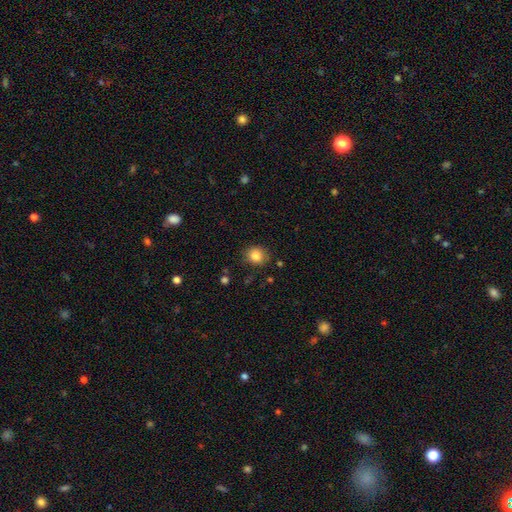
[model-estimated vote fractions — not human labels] smooth_or_featured: smooth (p=0.84) [alt: star or artifact p=0.10]
how_rounded: round (p=0.72) [alt: in between p=0.27]
merging: none (p=0.85) [alt: minor disturbance p=0.11]